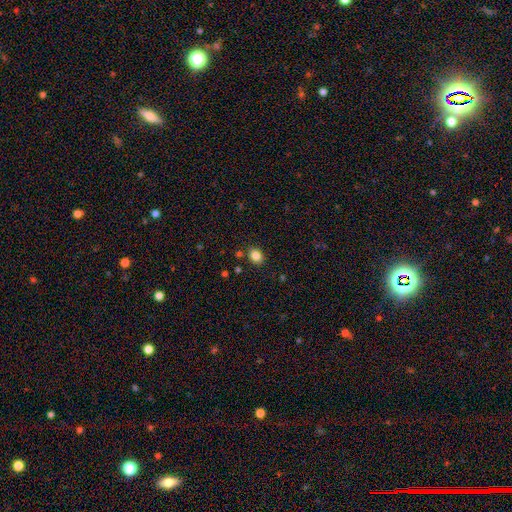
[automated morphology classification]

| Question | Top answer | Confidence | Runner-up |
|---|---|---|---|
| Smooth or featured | smooth | 85% | star or artifact (11%) |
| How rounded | round | 53% | in between (46%) |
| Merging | none | 85% | minor disturbance (9%) |